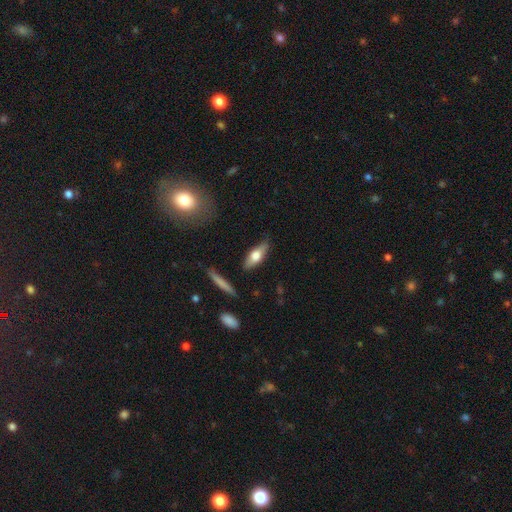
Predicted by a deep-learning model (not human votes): A smooth galaxy with no disk features (58%) that is in between round and cigar-shaped (56%).

Vote fractions:
- Smooth or featured? smooth: 58% / featured or disk: 36% / star or artifact: 6%
- How rounded? in between: 56% / cigar-shaped: 41% / round: 3%
- Merging? none: 82% / minor disturbance: 13% / major disturbance: 3% / merger: 2%